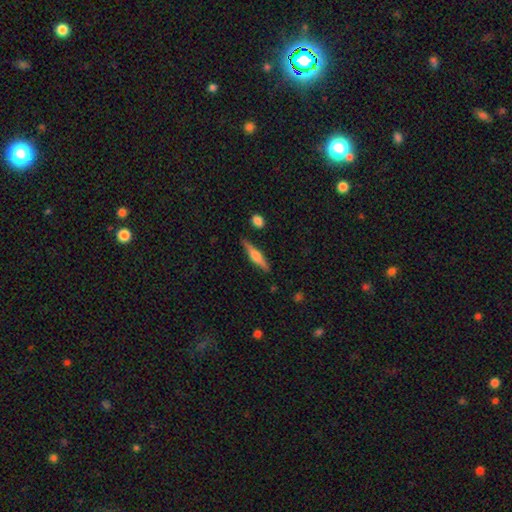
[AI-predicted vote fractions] Smooth or featured? featured or disk (48%)
Merging? none (85%)